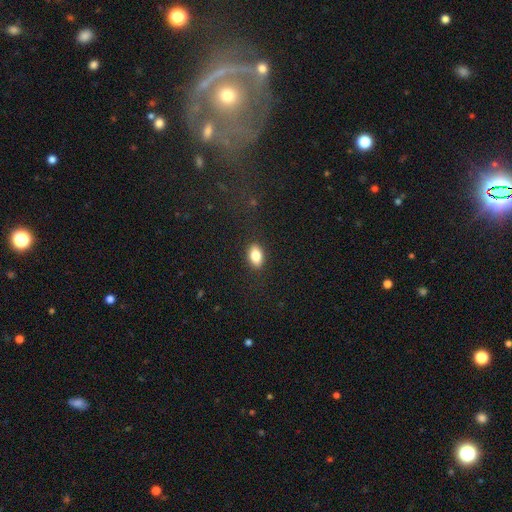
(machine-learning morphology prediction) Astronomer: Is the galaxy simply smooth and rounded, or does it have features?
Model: smooth — 83%.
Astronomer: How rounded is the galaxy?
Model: in between — 88%.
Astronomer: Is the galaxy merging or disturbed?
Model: none — 87%.